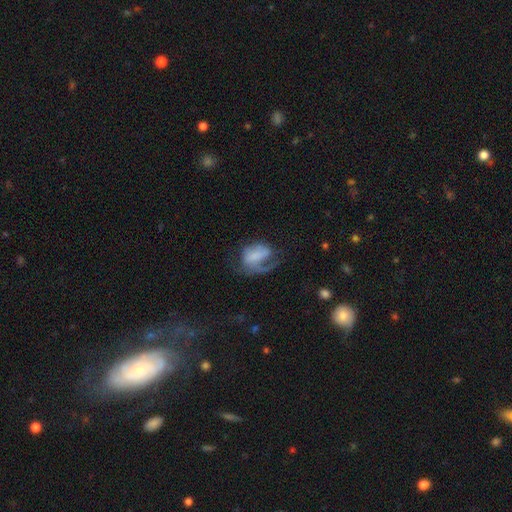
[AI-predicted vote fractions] This is possibly a featured or disk galaxy (51%). It is clearly not viewed edge-on (97%). Merging: possibly major disturbance (47%).